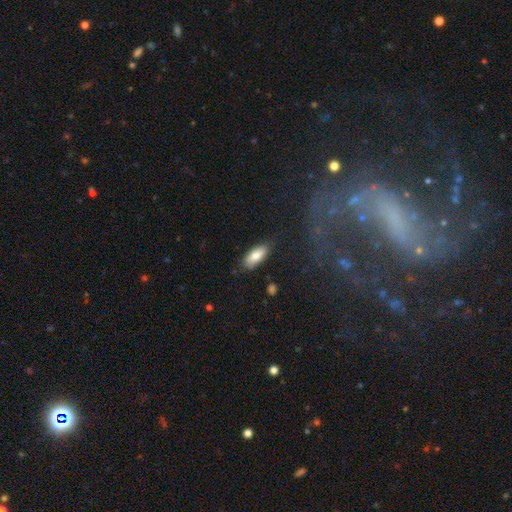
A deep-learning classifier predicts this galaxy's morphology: type=smooth (81%); roundness=in between (83%); merging=none (80%).